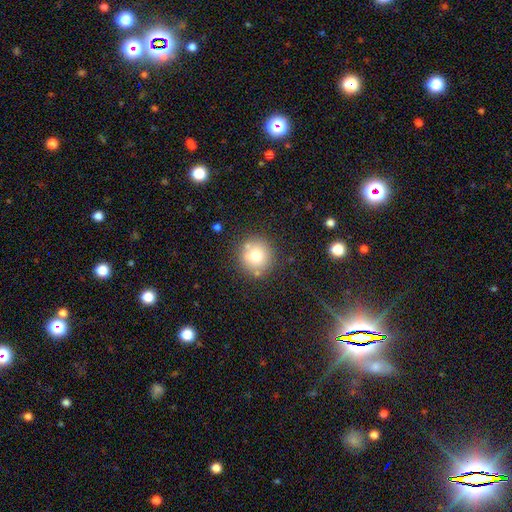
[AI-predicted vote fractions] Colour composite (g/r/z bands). It shows a smooth galaxy with no disk features (69%) that is round (93%). Merging: none (74%).